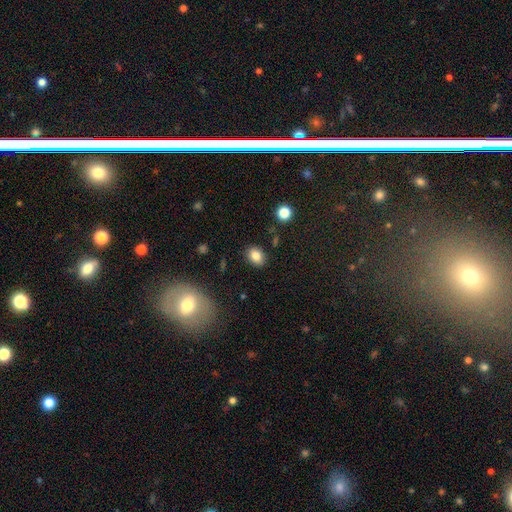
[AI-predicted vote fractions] Smooth or featured? Predicted: smooth (p=0.82). How rounded? Predicted: in between (p=0.61). Merging? Predicted: none (p=0.86).